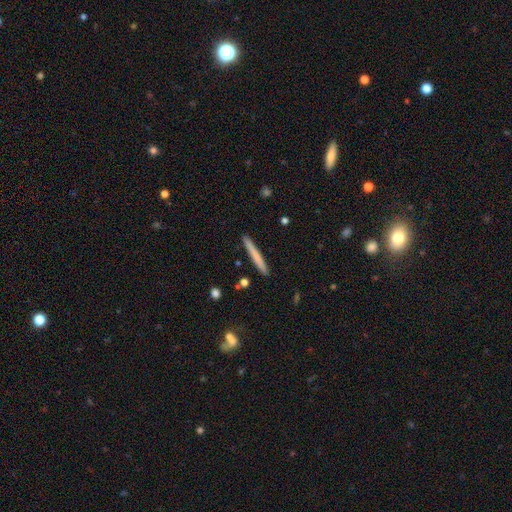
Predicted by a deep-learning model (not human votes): Q: Smooth or featured?
A: smooth (67%); runner-up: featured or disk (28%)
Q: How rounded?
A: cigar-shaped (97%); runner-up: in between (2%)
Q: Merging?
A: none (90%); runner-up: minor disturbance (7%)